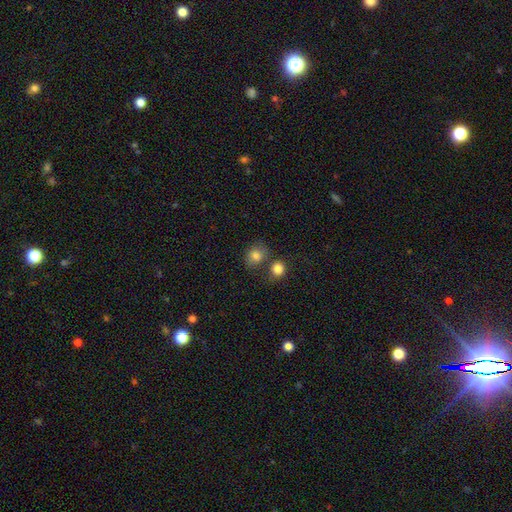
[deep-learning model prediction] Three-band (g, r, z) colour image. It shows a smooth galaxy with no disk features (81%) that is round (63%). Merging: none (60%).